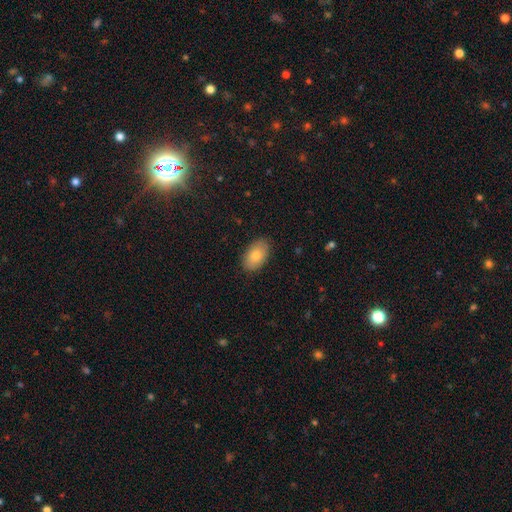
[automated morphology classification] Q: Smooth or featured?
A: smooth (82%); runner-up: featured or disk (11%)
Q: How rounded?
A: in between (93%); runner-up: round (6%)
Q: Merging?
A: none (86%); runner-up: minor disturbance (11%)